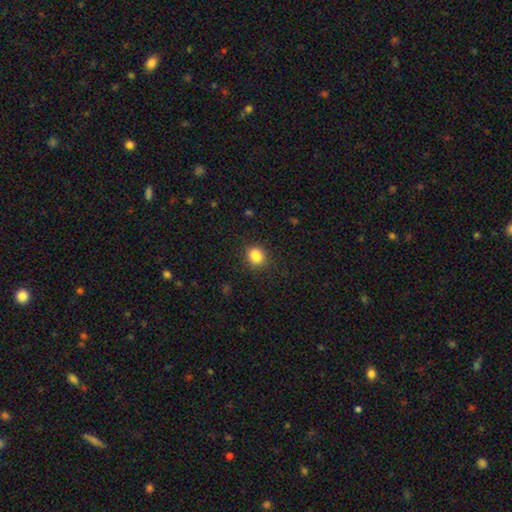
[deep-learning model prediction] This is clearly a smooth galaxy (86%). How rounded: possibly round (56%). Merging: clearly none (84%).